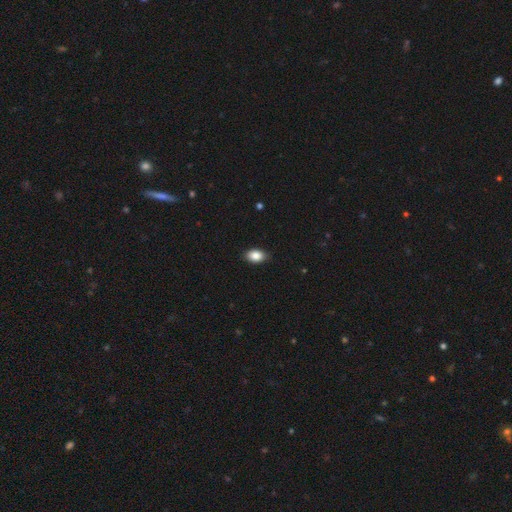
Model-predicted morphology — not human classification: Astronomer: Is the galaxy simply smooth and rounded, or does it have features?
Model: smooth — 86%.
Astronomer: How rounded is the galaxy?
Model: in between — 86%.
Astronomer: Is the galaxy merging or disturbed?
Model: none — 87%.